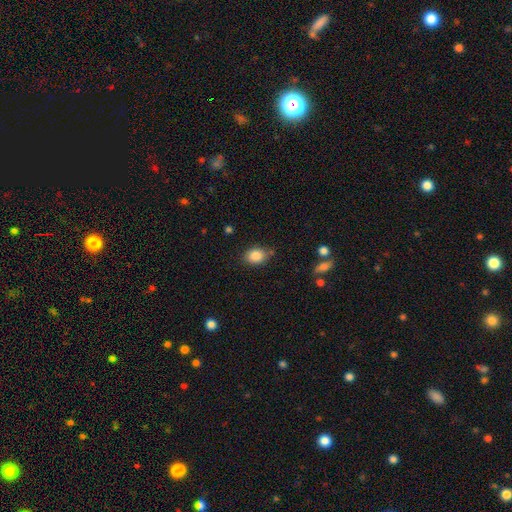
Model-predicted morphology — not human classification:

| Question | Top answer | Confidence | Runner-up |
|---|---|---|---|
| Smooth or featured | smooth | 86% | star or artifact (9%) |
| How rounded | in between | 64% | round (35%) |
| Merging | none | 75% | minor disturbance (18%) |